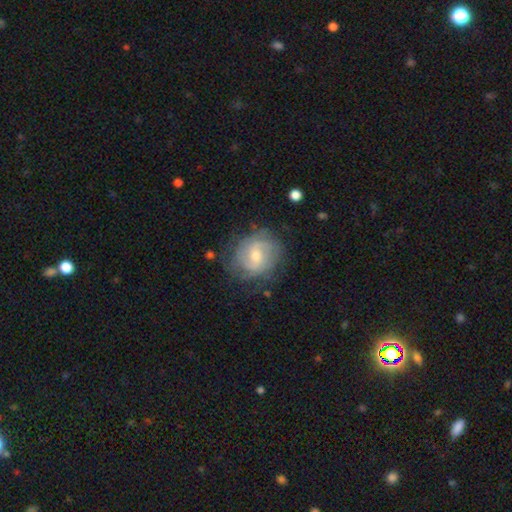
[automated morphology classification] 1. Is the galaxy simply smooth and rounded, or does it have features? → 73% featured or disk, 21% smooth, 6% star or artifact.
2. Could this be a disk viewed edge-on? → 97% no, 3% yes.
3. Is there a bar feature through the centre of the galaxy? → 55% weak, 34% no, 12% strong.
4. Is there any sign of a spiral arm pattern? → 88% yes, 12% no.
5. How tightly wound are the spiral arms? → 42% tight, 40% medium, 19% loose.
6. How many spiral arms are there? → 50% 2, 30% can't tell, 9% 3, 4% 1, 3% 4, 3% more than 4.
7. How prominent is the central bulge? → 55% moderate, 40% small, 3% large, 1% none, 1% dominant.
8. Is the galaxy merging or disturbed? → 71% none, 19% minor disturbance, 9% major disturbance, 1% merger.